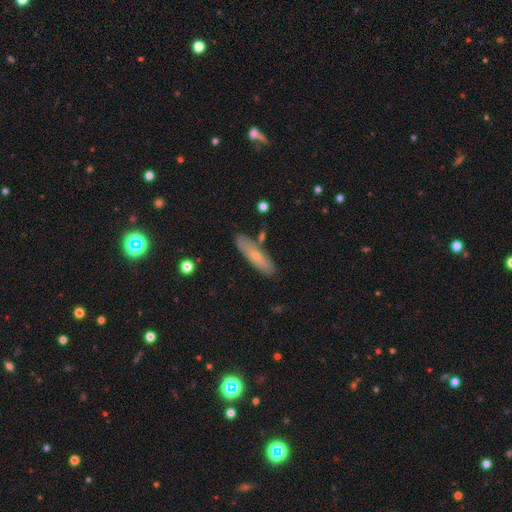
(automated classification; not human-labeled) This is likely a smooth galaxy (61%). How rounded: likely cigar-shaped (72%). Merging: clearly none (80%).